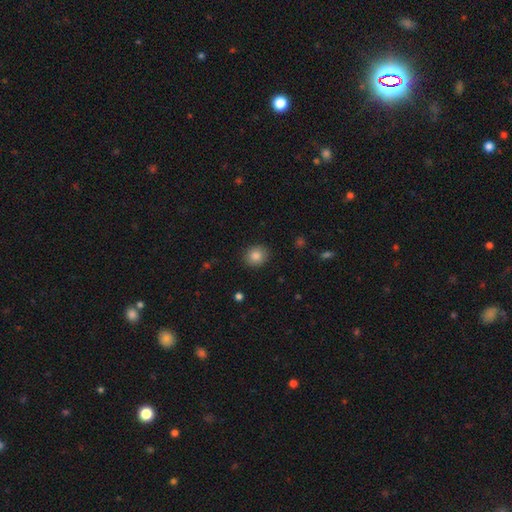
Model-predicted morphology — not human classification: This is clearly a smooth galaxy (85%). How rounded: likely round (73%). Merging: clearly none (89%).